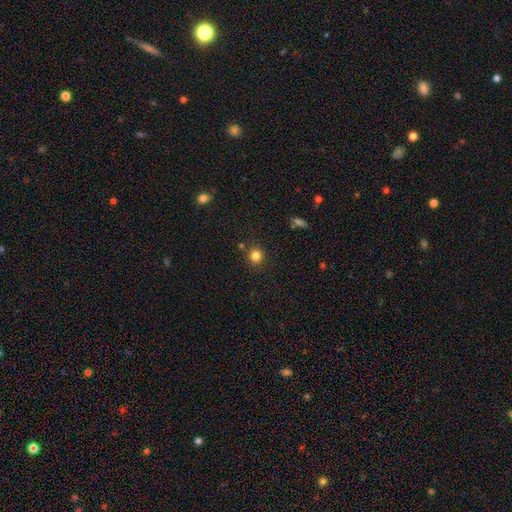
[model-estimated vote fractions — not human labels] Morphology: type=smooth (82%); roundness=round (91%); merging=none (85%).